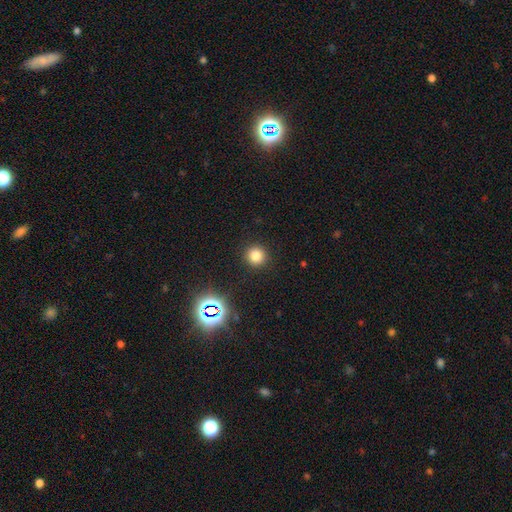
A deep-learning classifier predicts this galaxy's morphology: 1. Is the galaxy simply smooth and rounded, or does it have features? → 78% smooth, 17% star or artifact, 5% featured or disk.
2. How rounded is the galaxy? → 94% round, 5% in between, 1% cigar-shaped.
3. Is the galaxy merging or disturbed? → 91% none, 6% minor disturbance, 2% major disturbance, 1% merger.